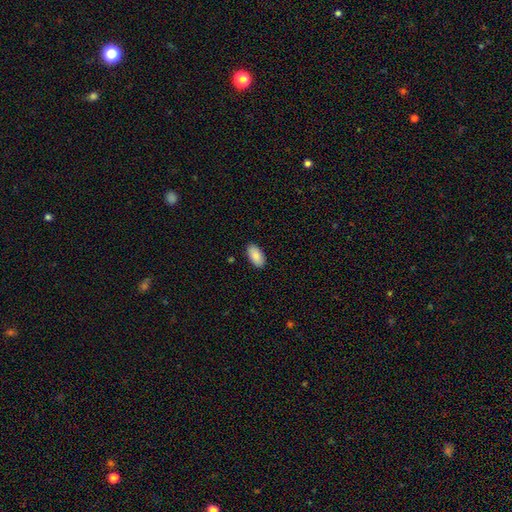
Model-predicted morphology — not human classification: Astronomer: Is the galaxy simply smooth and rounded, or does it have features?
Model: smooth — 89%.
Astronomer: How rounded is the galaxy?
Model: in between — 95%.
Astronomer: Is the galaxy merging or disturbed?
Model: none — 89%.